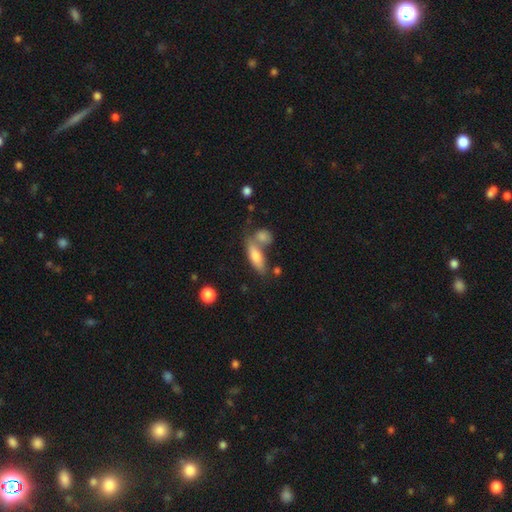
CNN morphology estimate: This is likely a smooth galaxy (71%). How rounded: possibly in between (59%). Merging: possibly none (48%).